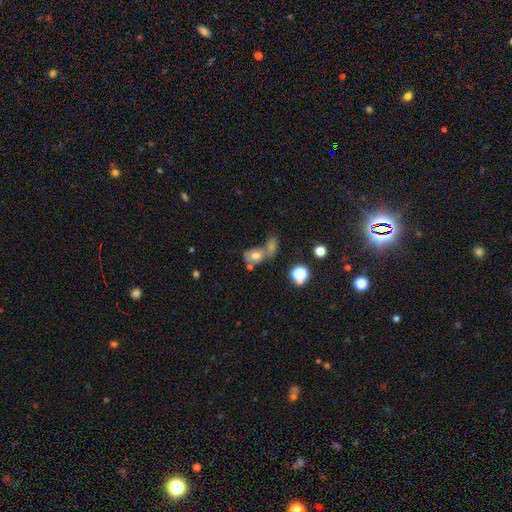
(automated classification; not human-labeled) Overall: smooth (66%). How rounded: in between (69%; round 29%). Merging: merger (53%; none 28%).